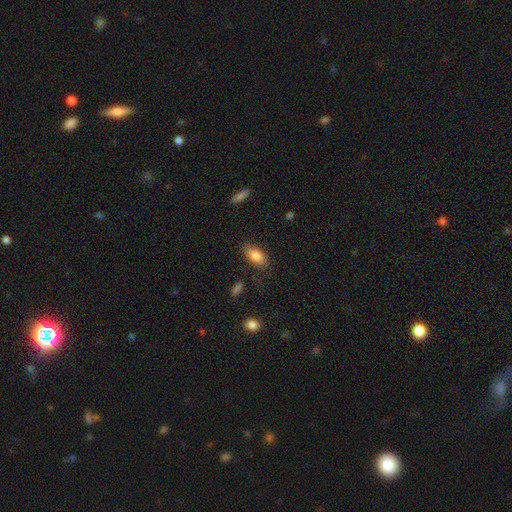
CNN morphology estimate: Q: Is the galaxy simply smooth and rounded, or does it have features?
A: smooth — 82%.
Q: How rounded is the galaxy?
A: in between — 88%.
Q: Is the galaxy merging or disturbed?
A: none — 78%.